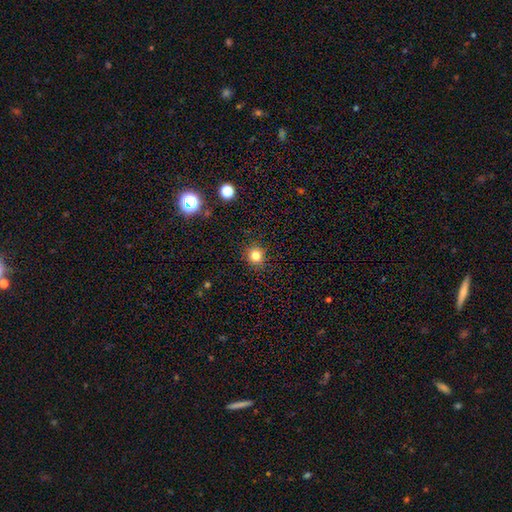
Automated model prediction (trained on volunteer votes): A smooth galaxy with no disk features (81%) that is round (88%). Merging: none (90%).